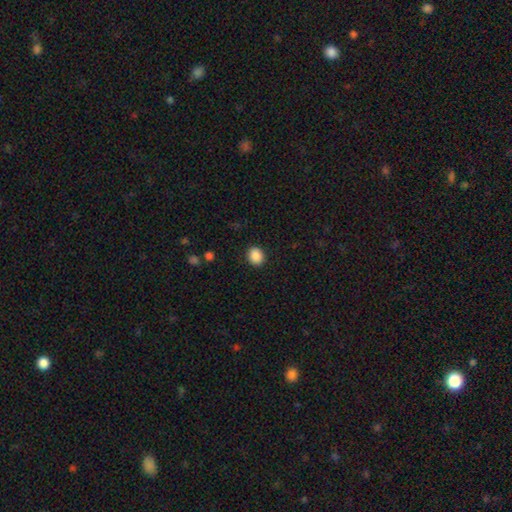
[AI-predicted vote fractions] The model was most divided on "how rounded": round: 56%, in between: 43%, cigar-shaped: 1%. More confident: merging — none (90%); smooth or featured — smooth (89%).